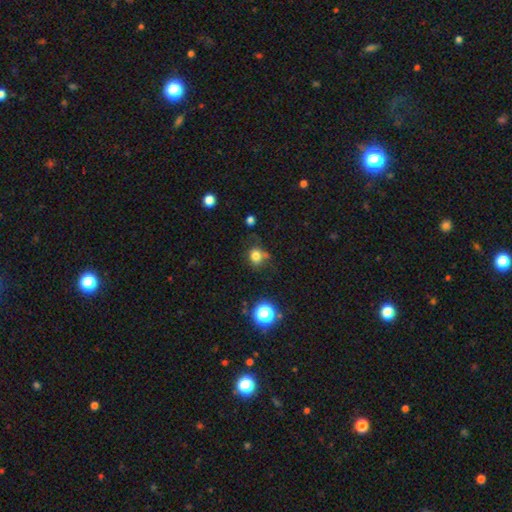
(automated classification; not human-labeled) smooth 77%, star or artifact 15%, featured or disk 7%. Down the decision tree: how rounded — round (64%); merging — none (59%).